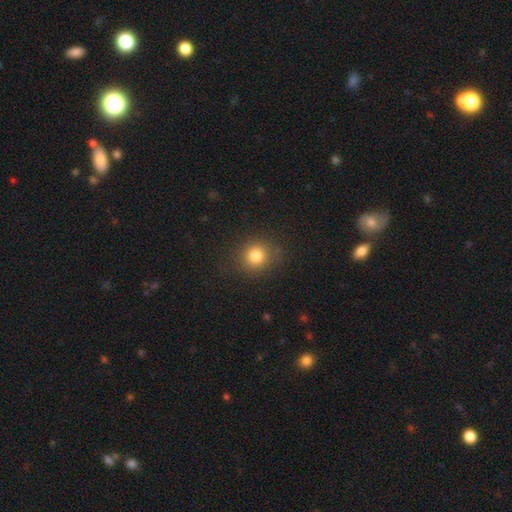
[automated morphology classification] Q: Smooth or featured?
A: smooth (81%); runner-up: star or artifact (13%)
Q: How rounded?
A: round (85%); runner-up: in between (14%)
Q: Merging?
A: none (87%); runner-up: minor disturbance (8%)